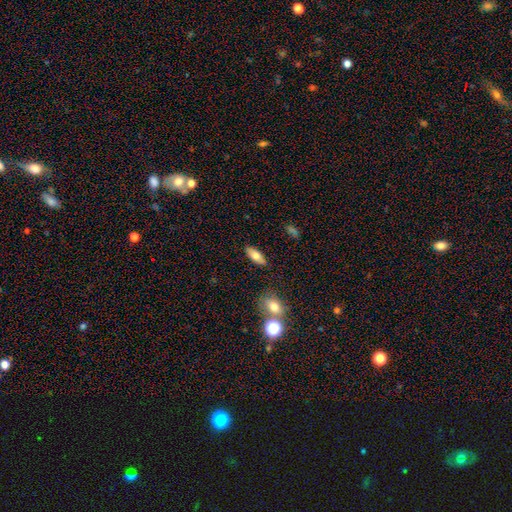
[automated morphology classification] The model was most divided on "smooth or featured": smooth: 72%, featured or disk: 20%, star or artifact: 8%. More confident: merging — none (86%); how rounded — in between (77%).